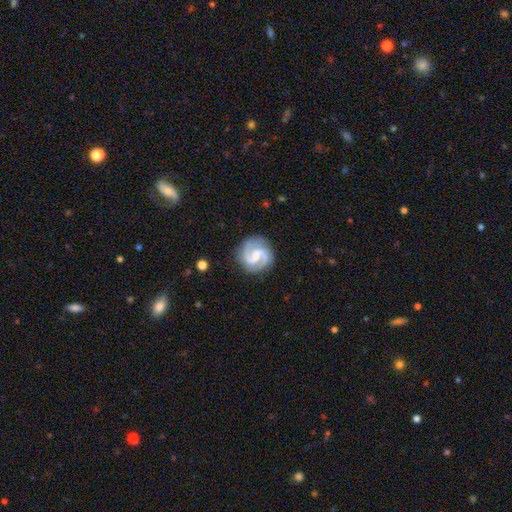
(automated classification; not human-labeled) featured or disk 89%, smooth 6%, star or artifact 4%. Down the decision tree: edge-on disk — no (98%); bar — weak (53%); spiral arms — yes (98%); spiral arm count — 2 (92%); spiral winding — medium (56%); bulge size — small (38%); merging — none (84%).